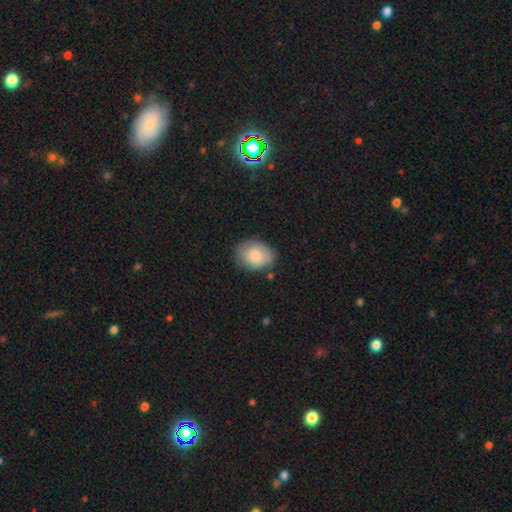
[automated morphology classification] A smooth galaxy with no disk features (80%) that is in between round and cigar-shaped (67%). Merging: none (75%).